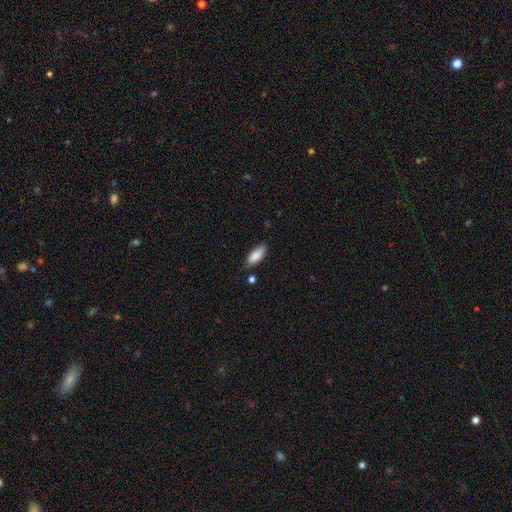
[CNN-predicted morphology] type=smooth (85%); roundness=in between (83%); merging=none (79%).